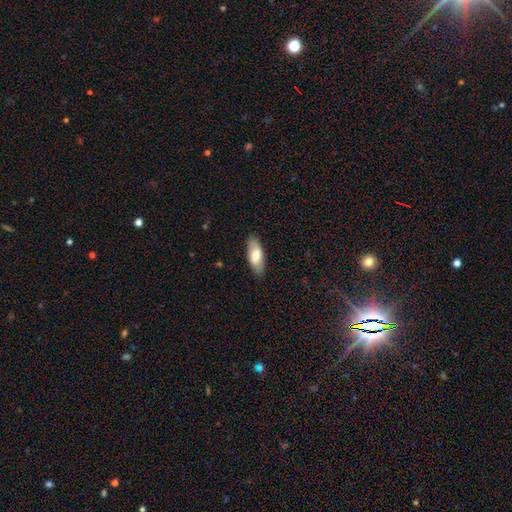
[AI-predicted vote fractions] This appears to be a smooth galaxy with no disk features (71%) that is in between round and cigar-shaped (80%). Merging: none (86%).